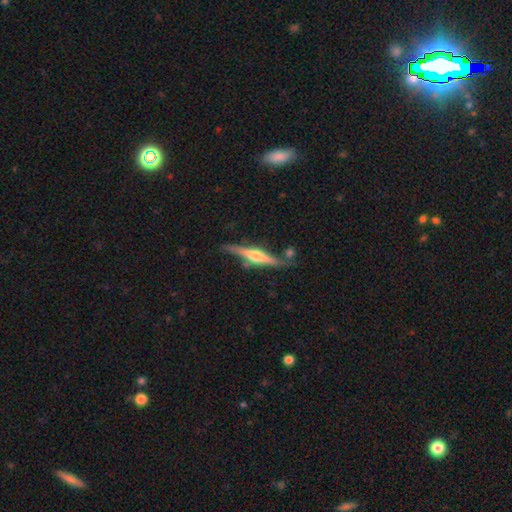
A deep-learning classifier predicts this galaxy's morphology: featured or disk 72%, smooth 22%, star or artifact 5%. Down the decision tree: edge-on disk — yes (97%); edge-on bulge — rounded (88%); merging — none (75%).